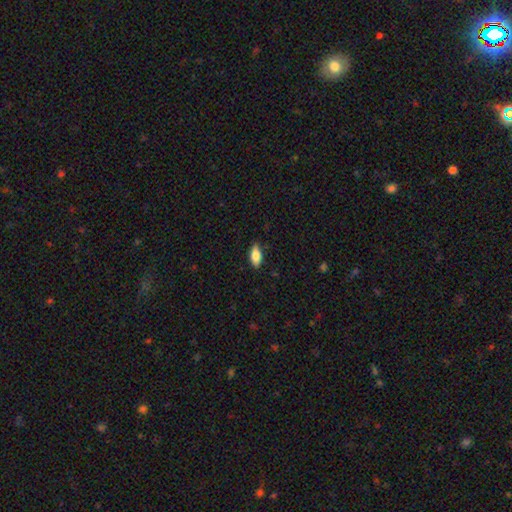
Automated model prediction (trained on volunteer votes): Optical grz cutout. It shows a smooth galaxy with no disk features (80%) that is in between round and cigar-shaped (84%). Merging: none (85%).